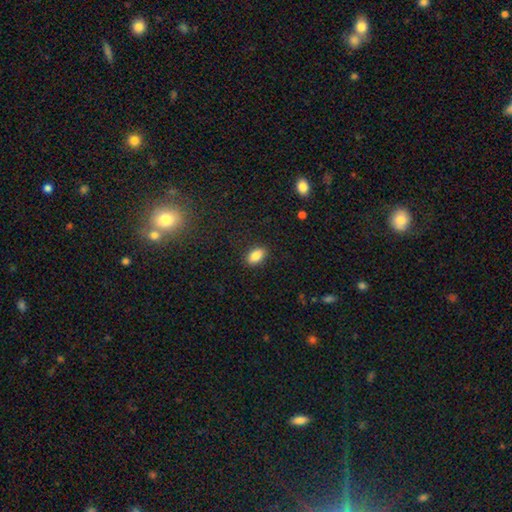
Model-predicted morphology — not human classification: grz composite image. It shows a smooth galaxy with no disk features (86%) that is in between round and cigar-shaped (90%). Merging: none (87%).